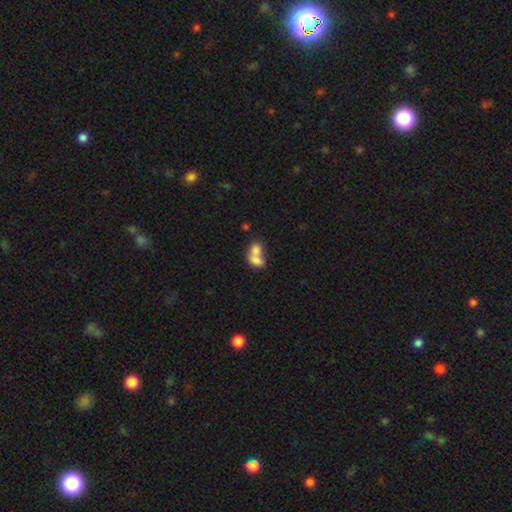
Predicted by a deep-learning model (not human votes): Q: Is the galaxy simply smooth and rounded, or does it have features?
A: smooth — 74%.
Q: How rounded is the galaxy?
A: in between — 69%.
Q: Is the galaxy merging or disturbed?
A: merger — 75%.